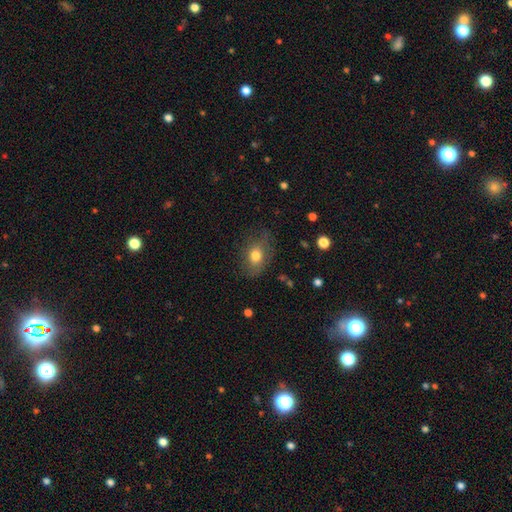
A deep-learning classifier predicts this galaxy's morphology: This appears to be a smooth galaxy with no disk features (74%) that is in between round and cigar-shaped (69%). Merging: none (66%).